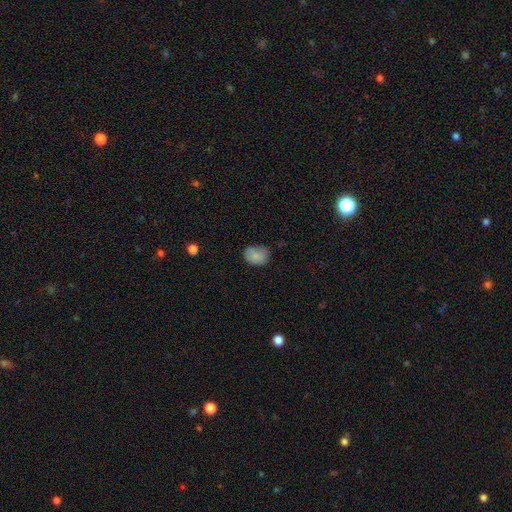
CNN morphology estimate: Overall: smooth (81%). How rounded: in between (68%; round 31%). Merging: none (60%; minor disturbance 28%).